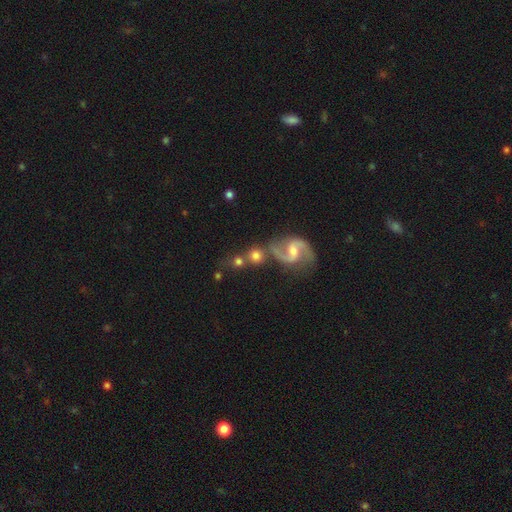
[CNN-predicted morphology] Q: Smooth or featured?
A: smooth (53%); runner-up: featured or disk (37%)
Q: How rounded?
A: round (88%); runner-up: in between (10%)
Q: Merging?
A: none (61%); runner-up: merger (23%)